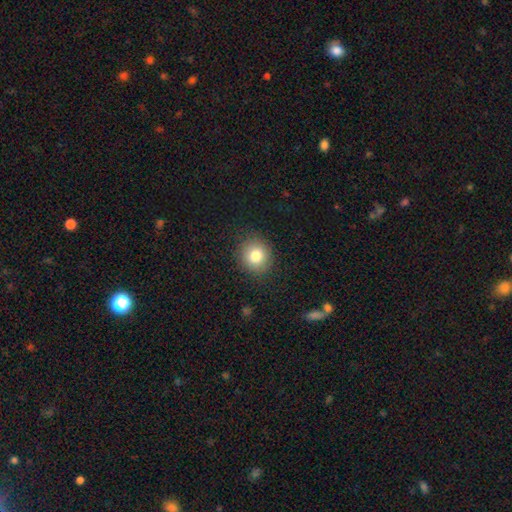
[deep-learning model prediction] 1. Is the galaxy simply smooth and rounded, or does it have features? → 80% smooth, 11% star or artifact, 9% featured or disk.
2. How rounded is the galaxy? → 84% round, 15% in between, 1% cigar-shaped.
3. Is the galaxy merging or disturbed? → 89% none, 8% minor disturbance, 3% major disturbance, 1% merger.